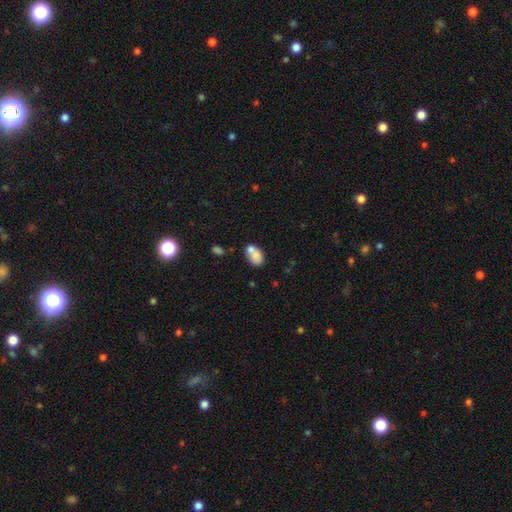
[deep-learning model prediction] Morphology: type=smooth (76%); roundness=in between (84%); merging=none (40%).